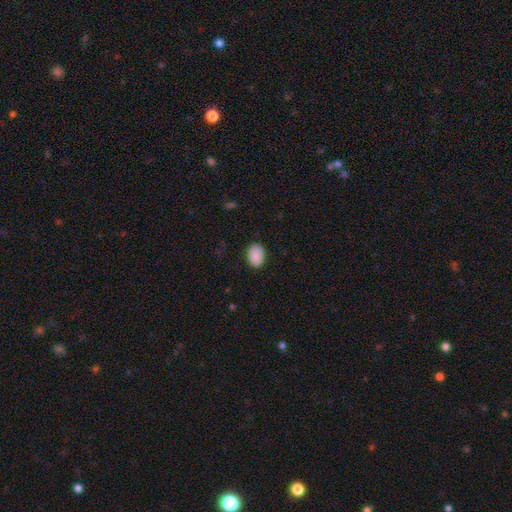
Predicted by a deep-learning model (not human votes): This appears to be a smooth galaxy with no disk features (90%) that is in between round and cigar-shaped (83%). Merging: none (86%).